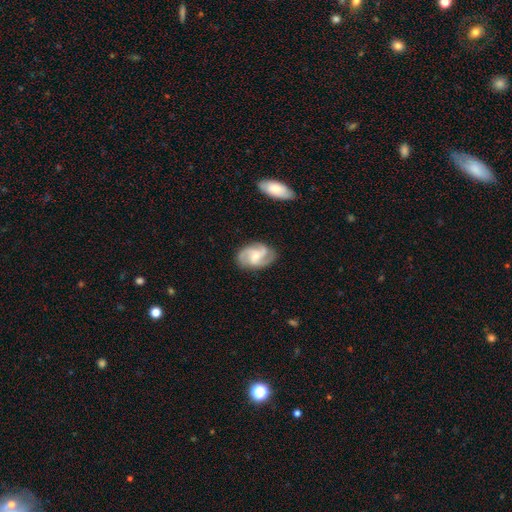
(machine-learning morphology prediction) Q: Smooth or featured?
A: featured or disk (81%); runner-up: smooth (13%)
Q: Edge-on disk?
A: no (97%); runner-up: yes (3%)
Q: Bar?
A: weak (45%); runner-up: no (43%)
Q: Spiral arms?
A: yes (97%); runner-up: no (3%)
Q: Spiral winding?
A: medium (52%); runner-up: tight (27%)
Q: Spiral arm count?
A: 3 (58%); runner-up: 2 (22%)
Q: Bulge size?
A: moderate (44%); runner-up: small (43%)
Q: Merging?
A: none (80%); runner-up: minor disturbance (14%)